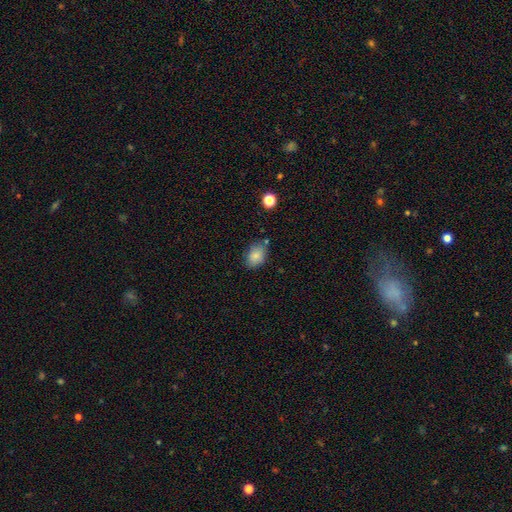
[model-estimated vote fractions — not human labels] This is clearly a smooth galaxy (85%). How rounded: likely in between (79%). Merging: likely none (72%).